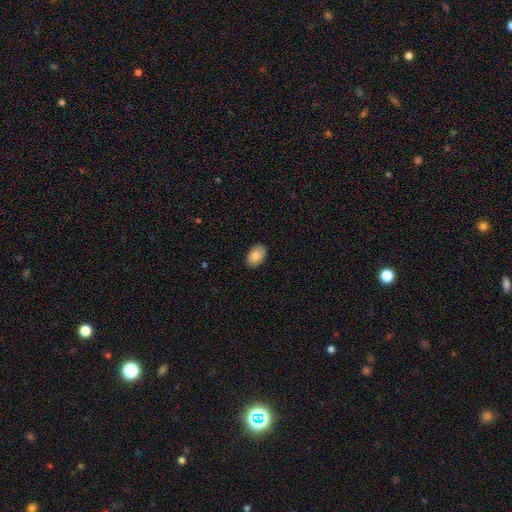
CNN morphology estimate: Smooth or featured?
  - smooth: 87% *
  - star or artifact: 7%
  - featured or disk: 7%
How rounded?
  - in between: 90% *
  - round: 9%
  - cigar-shaped: 1%
Merging?
  - none: 88% *
  - minor disturbance: 9%
  - major disturbance: 2%
  - merger: 1%